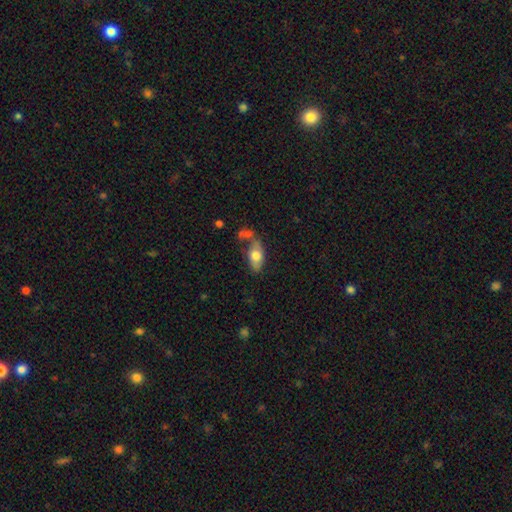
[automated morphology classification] smooth-or-featured: smooth: 70% | featured or disk: 23% | star or artifact: 7%
  how-rounded: in between: 88% | round: 6% | cigar-shaped: 6%
  merging: none: 45% | merger: 23% | minor disturbance: 21% | major disturbance: 12%